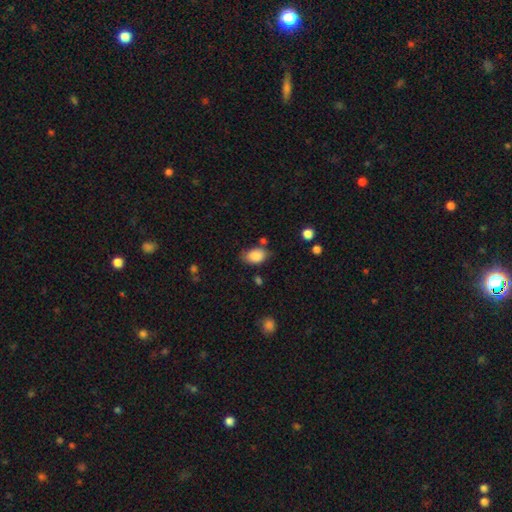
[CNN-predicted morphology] smooth_or_featured: smooth (p=0.87) [alt: star or artifact p=0.07]
how_rounded: in between (p=0.86) [alt: round p=0.13]
merging: none (p=0.67) [alt: minor disturbance p=0.22]